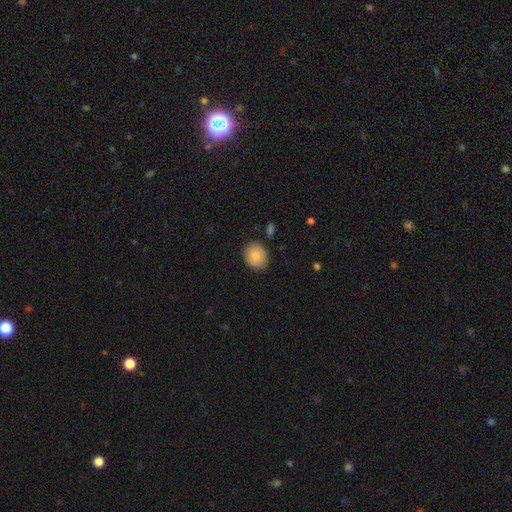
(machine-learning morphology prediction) Overall: smooth (84%). How rounded: round (65%; in between 34%). Merging: none (86%).